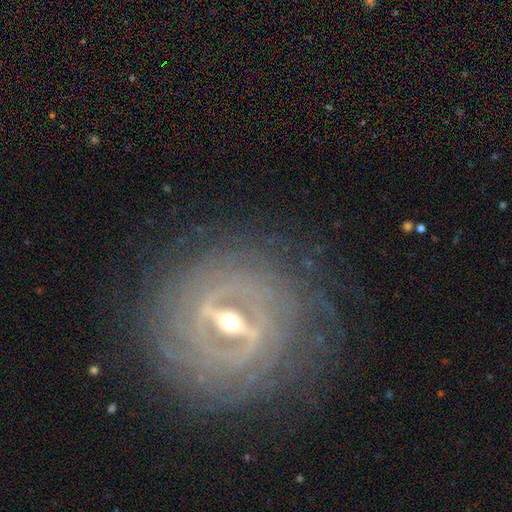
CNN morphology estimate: A featured or disk galaxy (89%) with a strong bar (73%), tight (84%) spiral arms (89%) and a moderate central bulge (57%). Merging: none (85%).